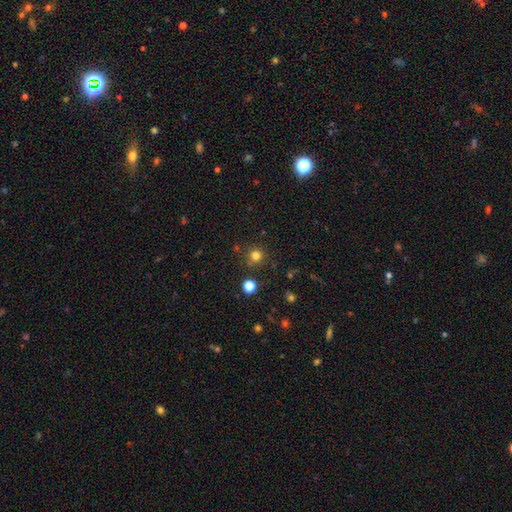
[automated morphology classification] A smooth galaxy with no disk features (78%) that is round (93%). Merging: none (83%).